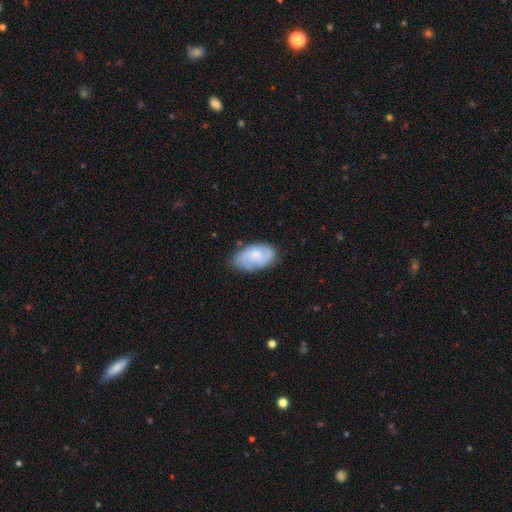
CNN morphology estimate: A featured or disk galaxy (49%).

Vote fractions:
- Smooth or featured? featured or disk: 49% / smooth: 44% / star or artifact: 7%
- Merging? none: 65% / minor disturbance: 26% / major disturbance: 7% / merger: 2%